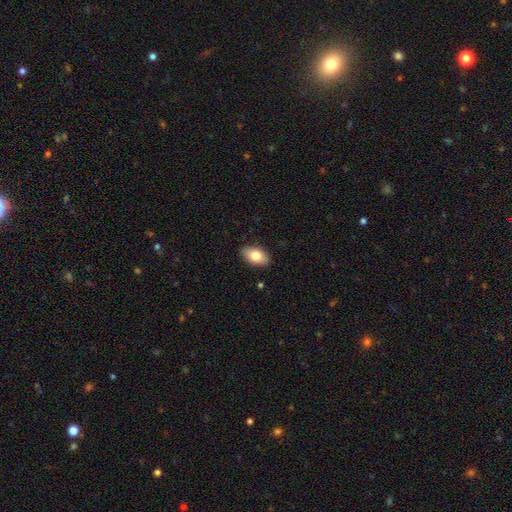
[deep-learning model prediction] Smooth or featured? Predicted: smooth (p=0.79). How rounded? Predicted: in between (p=0.92). Merging? Predicted: none (p=0.88).